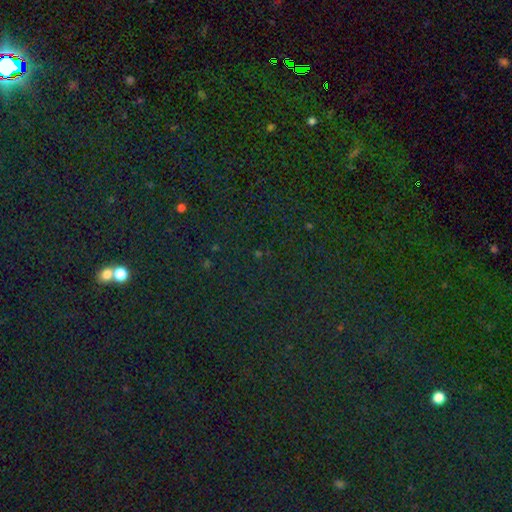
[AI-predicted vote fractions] This is likely a star or artifact rather than a galaxy (78%).